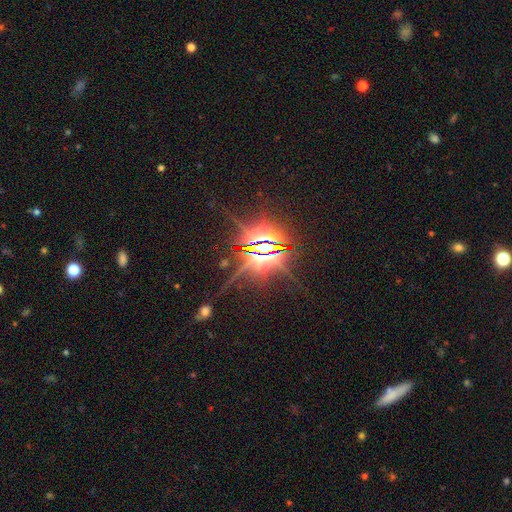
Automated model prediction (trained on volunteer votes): The model was most divided on "smooth or featured": star or artifact: 86%, smooth: 7%, featured or disk: 6%.